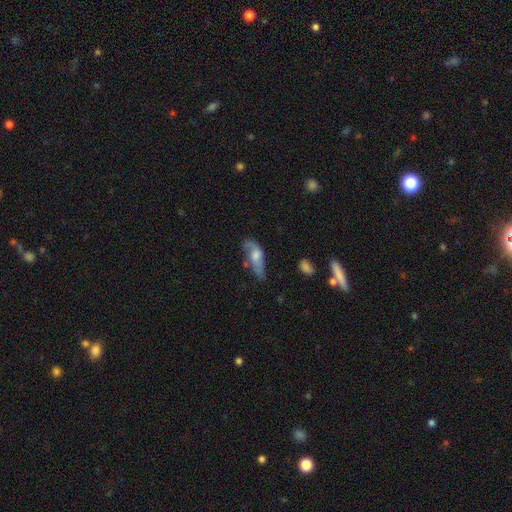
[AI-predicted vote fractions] The model was most divided on "smooth or featured": smooth: 47%, featured or disk: 46%, star or artifact: 7%. Remaining: merging — none (39%).